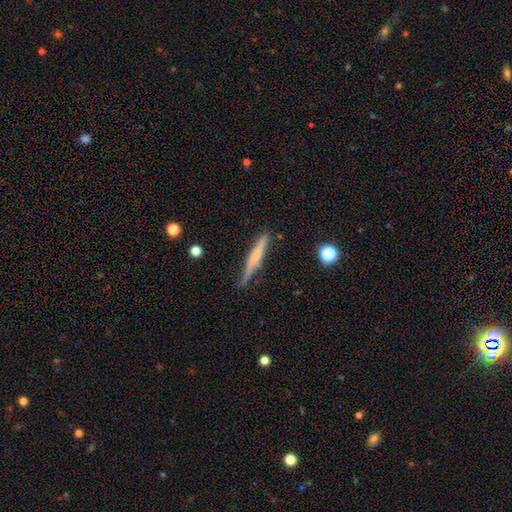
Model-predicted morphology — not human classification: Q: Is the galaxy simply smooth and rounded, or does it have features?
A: smooth — 48%.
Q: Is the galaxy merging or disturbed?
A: none — 79%.